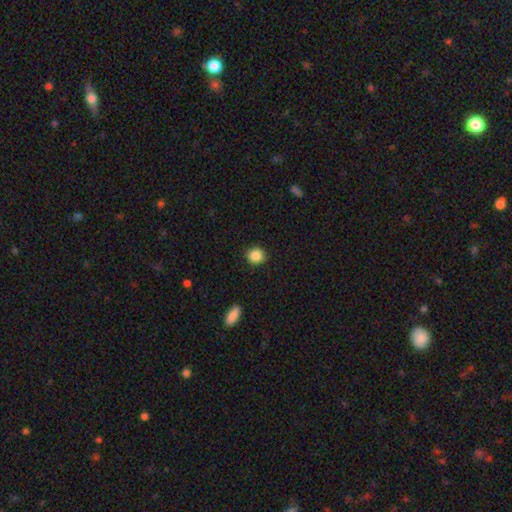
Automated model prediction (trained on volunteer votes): Q: Smooth or featured?
A: smooth (87%); runner-up: star or artifact (9%)
Q: How rounded?
A: round (89%); runner-up: in between (10%)
Q: Merging?
A: none (91%); runner-up: minor disturbance (6%)